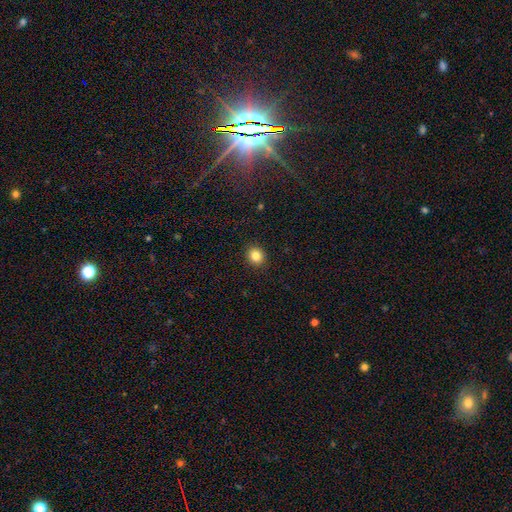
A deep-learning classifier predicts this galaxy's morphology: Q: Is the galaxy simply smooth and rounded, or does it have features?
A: smooth — 83%.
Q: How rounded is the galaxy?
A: round — 80%.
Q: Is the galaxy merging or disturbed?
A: none — 92%.